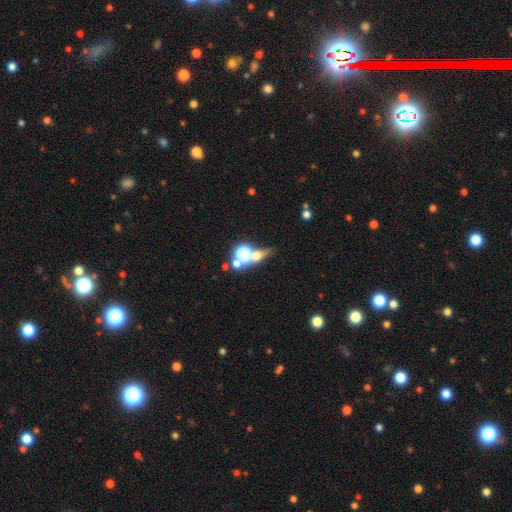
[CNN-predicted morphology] A smooth galaxy with no disk features (43%). Merging: none (53%).